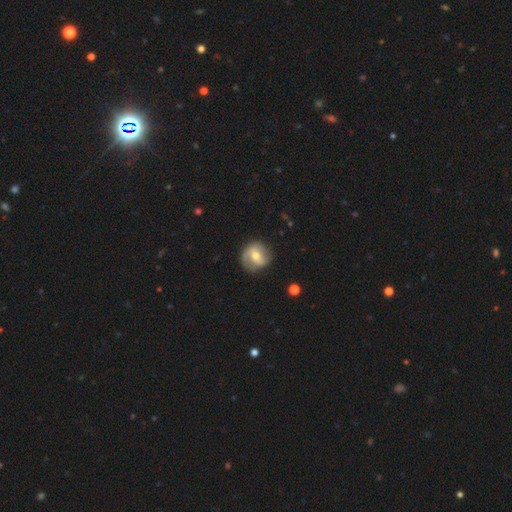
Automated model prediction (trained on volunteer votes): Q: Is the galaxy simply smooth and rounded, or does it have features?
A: featured or disk — 65%.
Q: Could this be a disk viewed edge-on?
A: no — 97%.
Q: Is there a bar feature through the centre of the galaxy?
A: weak — 44%.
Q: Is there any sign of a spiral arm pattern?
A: yes — 87%.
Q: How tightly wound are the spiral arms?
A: medium — 43%.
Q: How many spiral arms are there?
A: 2 — 76%.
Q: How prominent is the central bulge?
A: moderate — 62%.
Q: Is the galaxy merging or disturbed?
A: none — 76%.